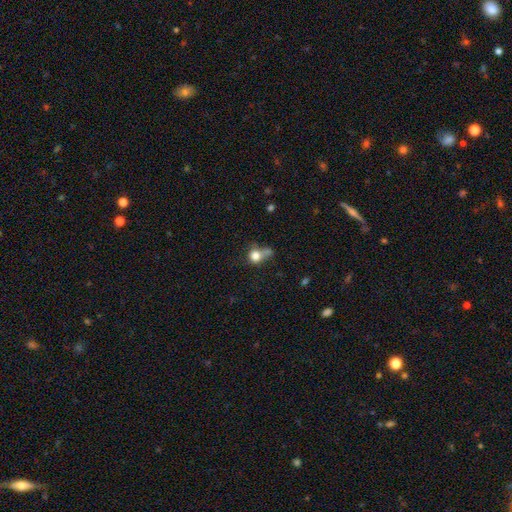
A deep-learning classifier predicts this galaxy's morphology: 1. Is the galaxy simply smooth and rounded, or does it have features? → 76% smooth, 13% featured or disk, 11% star or artifact.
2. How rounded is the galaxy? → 72% round, 26% in between, 2% cigar-shaped.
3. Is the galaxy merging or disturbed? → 32% none, 25% merger, 22% minor disturbance, 21% major disturbance.